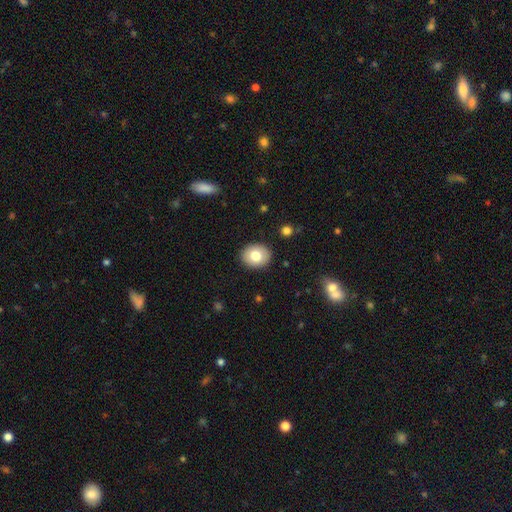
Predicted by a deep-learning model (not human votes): This is likely a smooth galaxy (78%). How rounded: possibly round (57%). Merging: clearly none (90%).